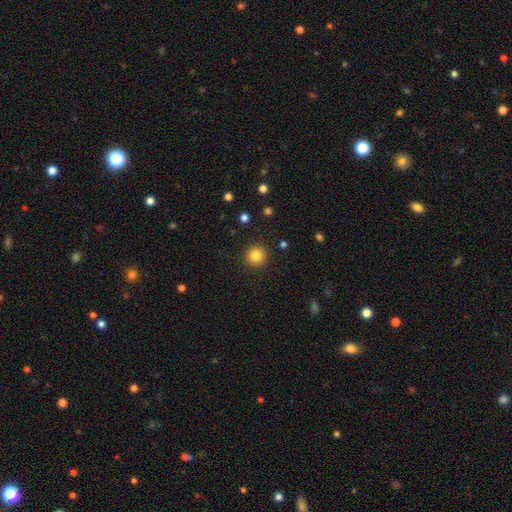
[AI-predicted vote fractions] This appears to be a smooth galaxy with no disk features (84%) that is round (94%). Merging: none (91%).